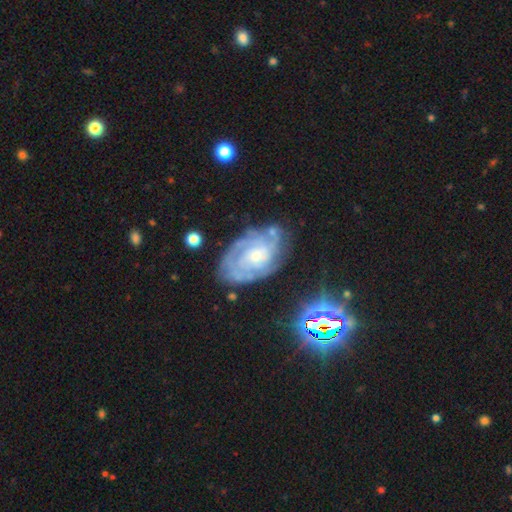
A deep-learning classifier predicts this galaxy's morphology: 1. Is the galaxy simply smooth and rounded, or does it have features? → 80% featured or disk, 12% smooth, 8% star or artifact.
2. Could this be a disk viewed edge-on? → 96% no, 4% yes.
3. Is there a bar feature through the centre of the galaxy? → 69% no, 26% weak, 5% strong.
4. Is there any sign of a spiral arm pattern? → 91% yes, 9% no.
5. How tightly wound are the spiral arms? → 69% tight, 25% medium, 6% loose.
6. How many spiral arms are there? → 47% can't tell, 17% 2, 16% 3, 10% 4, 5% more than 4, 5% 1.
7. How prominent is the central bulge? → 55% small, 36% moderate, 4% none, 4% large, 1% dominant.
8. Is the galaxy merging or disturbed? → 67% none, 21% minor disturbance, 8% major disturbance, 3% merger.